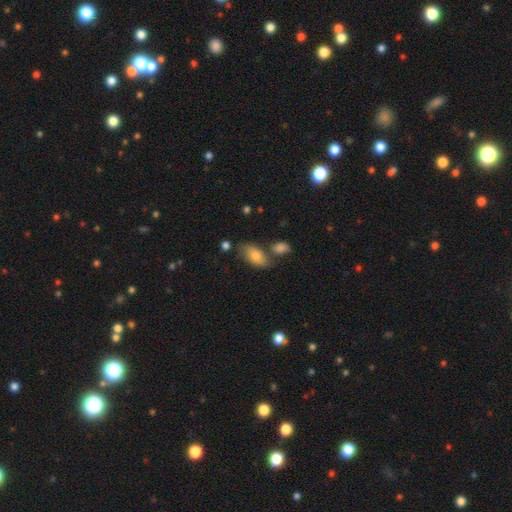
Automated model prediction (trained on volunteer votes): This appears to be a smooth galaxy with no disk features (70%) that is in between round and cigar-shaped (91%). Merging: none (56%).